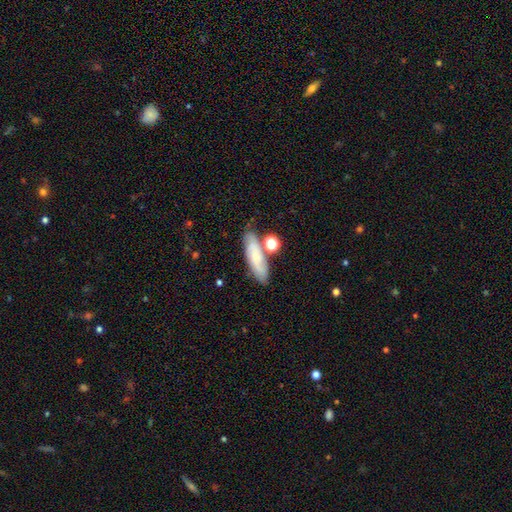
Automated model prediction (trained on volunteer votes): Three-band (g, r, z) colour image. It shows a smooth galaxy with no disk features (53%) that is in between round and cigar-shaped (51%). Merging: none (66%).